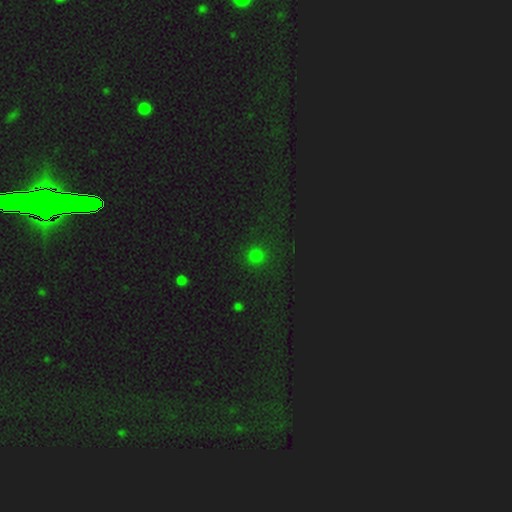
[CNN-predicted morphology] Q: Smooth or featured?
A: smooth (74%); runner-up: star or artifact (22%)
Q: How rounded?
A: round (91%); runner-up: in between (8%)
Q: Merging?
A: none (90%); runner-up: minor disturbance (6%)